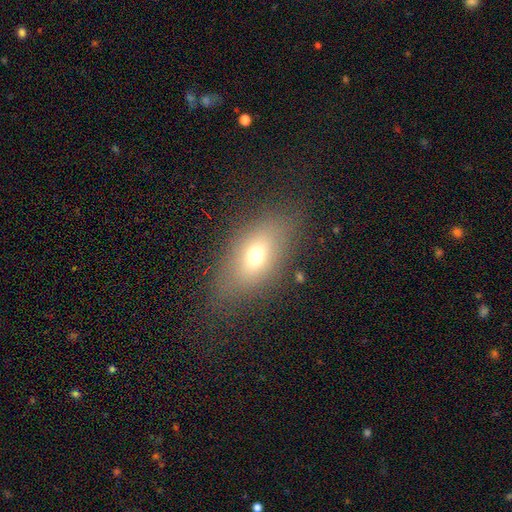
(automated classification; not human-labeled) smooth_or_featured: smooth (p=0.66) [alt: featured or disk p=0.20]
how_rounded: in between (p=0.81) [alt: round p=0.12]
merging: none (p=0.77) [alt: minor disturbance p=0.13]